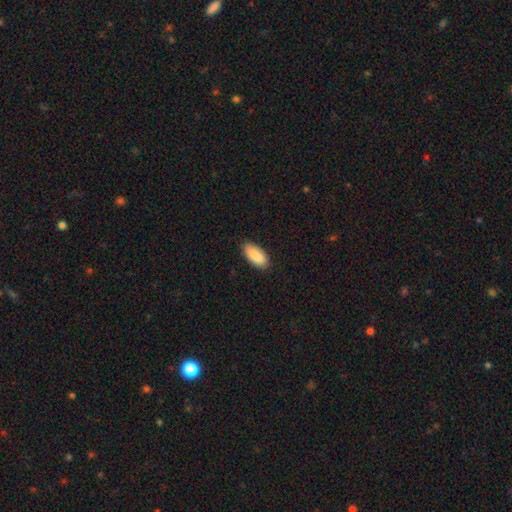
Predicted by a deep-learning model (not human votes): Smooth or featured? Predicted: smooth (p=0.89). How rounded? Predicted: in between (p=0.88). Merging? Predicted: none (p=0.86).